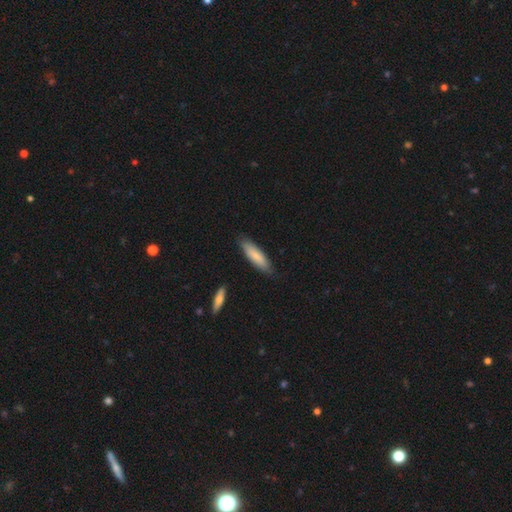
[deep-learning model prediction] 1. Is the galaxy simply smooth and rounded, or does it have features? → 79% smooth, 16% featured or disk, 5% star or artifact.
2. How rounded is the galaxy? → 63% cigar-shaped, 36% in between, 1% round.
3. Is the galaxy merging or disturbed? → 83% none, 13% minor disturbance, 2% major disturbance, 2% merger.